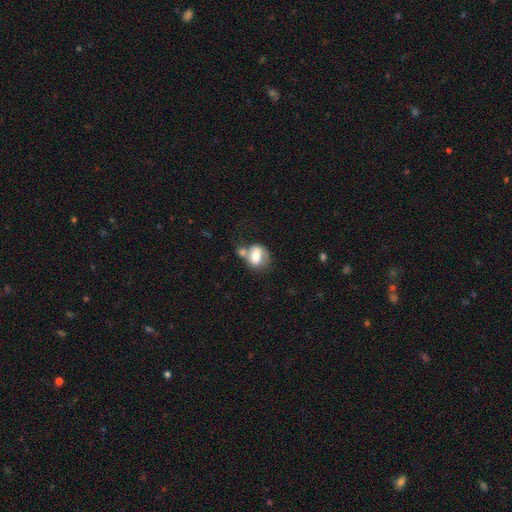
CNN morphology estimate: Smooth or featured? Predicted: smooth (p=0.66). How rounded? Predicted: in between (p=0.61). Merging? Predicted: merger (p=0.39).